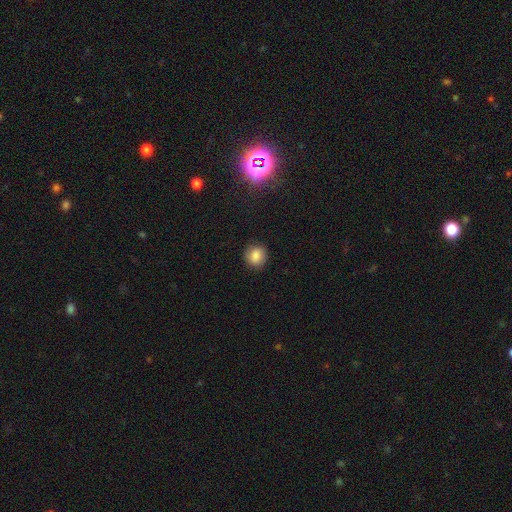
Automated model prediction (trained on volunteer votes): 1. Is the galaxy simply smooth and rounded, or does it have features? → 85% smooth, 10% star or artifact, 6% featured or disk.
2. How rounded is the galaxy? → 85% round, 14% in between, 1% cigar-shaped.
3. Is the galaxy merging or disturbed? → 88% none, 9% minor disturbance, 2% major disturbance, 1% merger.